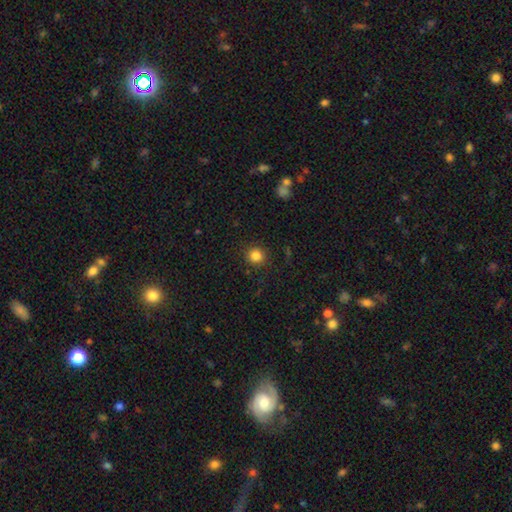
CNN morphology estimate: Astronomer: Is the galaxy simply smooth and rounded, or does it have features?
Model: smooth — 83%.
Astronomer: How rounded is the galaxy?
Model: round — 92%.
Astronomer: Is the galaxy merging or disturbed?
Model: none — 89%.